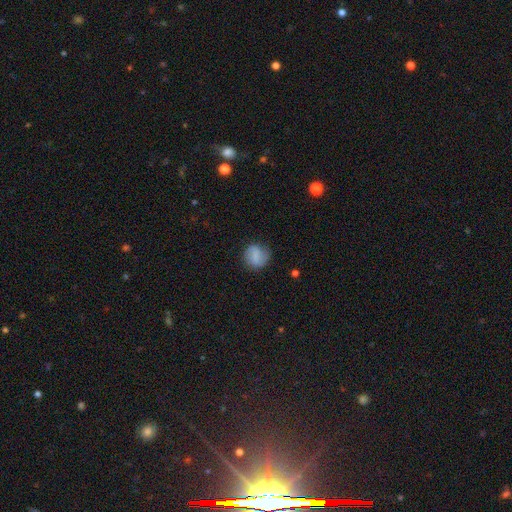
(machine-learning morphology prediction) Q: Smooth or featured?
A: smooth (67%); runner-up: featured or disk (24%)
Q: How rounded?
A: round (81%); runner-up: in between (18%)
Q: Merging?
A: none (77%); runner-up: minor disturbance (16%)